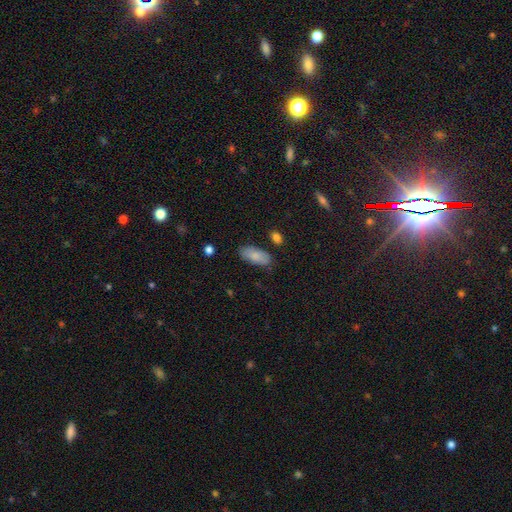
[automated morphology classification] A smooth galaxy with no disk features (84%) that is in between round and cigar-shaped (90%).

Vote fractions:
- Smooth or featured? smooth: 84% / featured or disk: 10% / star or artifact: 6%
- How rounded? in between: 90% / cigar-shaped: 8% / round: 2%
- Merging? none: 77% / minor disturbance: 16% / major disturbance: 4% / merger: 3%